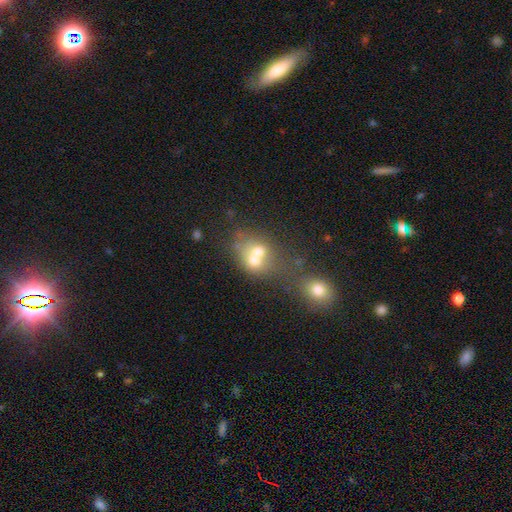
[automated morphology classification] Smooth or featured? Predicted: smooth (p=0.60). How rounded? Predicted: round (p=0.59). Merging? Predicted: merger (p=0.64).